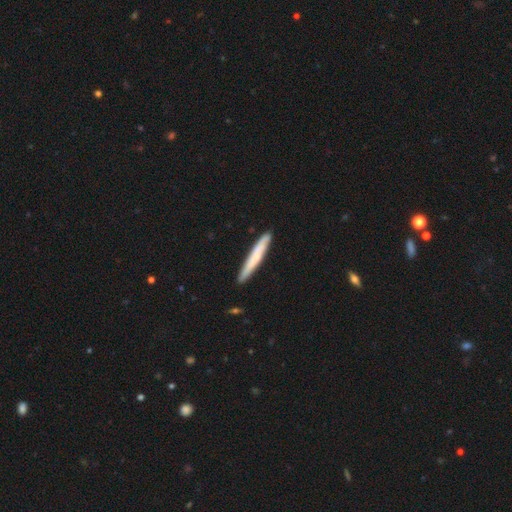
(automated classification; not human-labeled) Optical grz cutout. It shows a smooth galaxy with no disk features (62%) that is cigar-shaped (96%). Merging: none (87%).